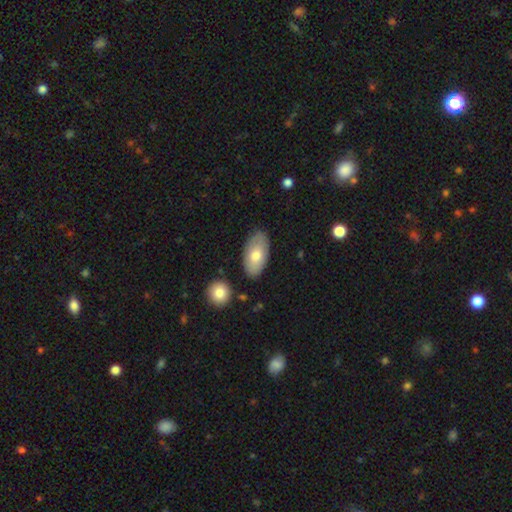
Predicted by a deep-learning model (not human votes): Smooth or featured? Predicted: smooth (p=0.70). How rounded? Predicted: in between (p=0.95). Merging? Predicted: none (p=0.81).